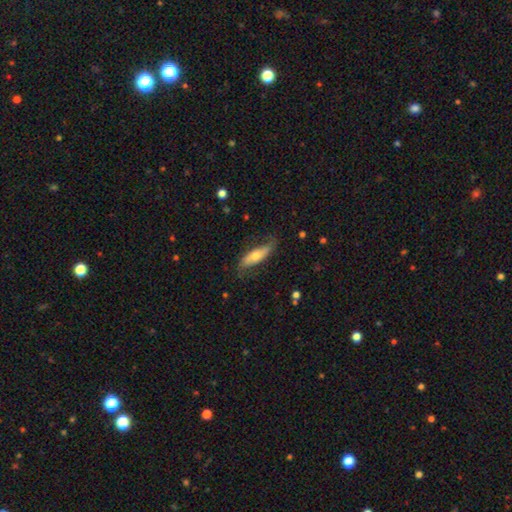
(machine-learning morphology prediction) This is possibly a featured or disk galaxy (52%). It is likely not viewed edge-on (67%). Merging: likely none (69%).